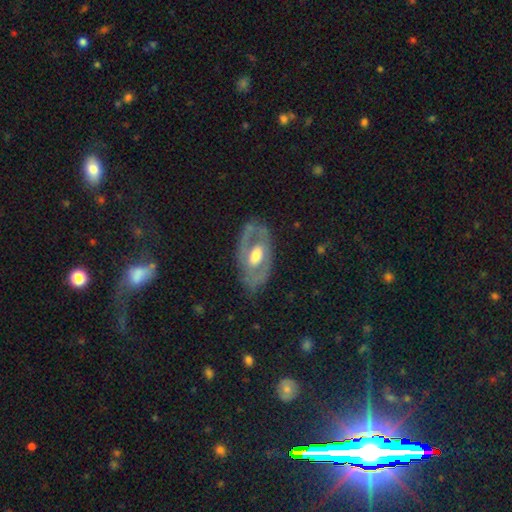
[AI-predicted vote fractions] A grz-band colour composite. It shows a featured or disk galaxy (74%) with no bar (51%), spiral arms (57%) and a moderate central bulge (64%). Merging: none (72%).